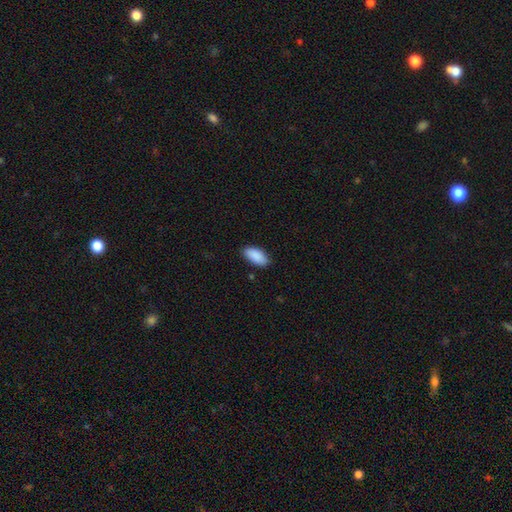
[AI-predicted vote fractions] A smooth galaxy with no disk features (90%) that is in between round and cigar-shaped (92%). Merging: none (85%).